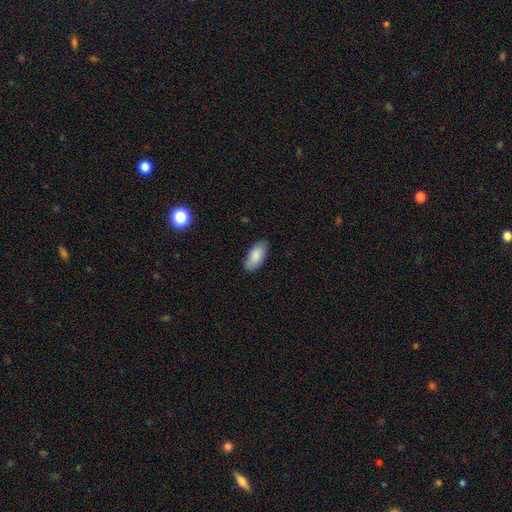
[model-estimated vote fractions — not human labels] smooth-or-featured: smooth: 86% | featured or disk: 8% | star or artifact: 6%
  how-rounded: in between: 91% | cigar-shaped: 7% | round: 2%
  merging: none: 82% | minor disturbance: 15% | major disturbance: 2% | merger: 1%